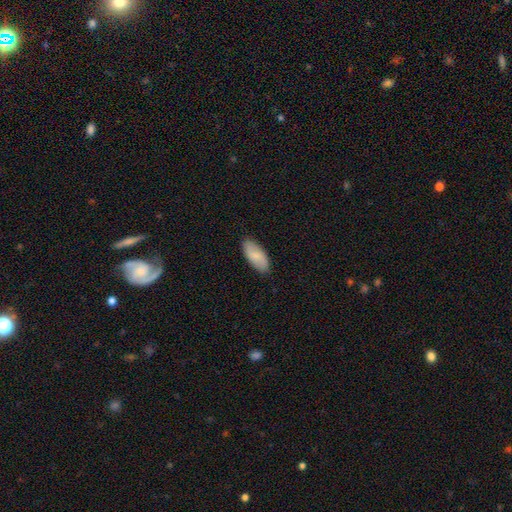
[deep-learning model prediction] Smooth or featured? Predicted: smooth (p=0.75). How rounded? Predicted: in between (p=0.89). Merging? Predicted: none (p=0.86).